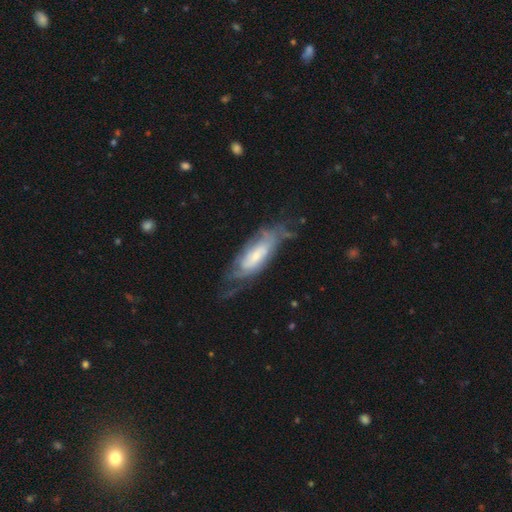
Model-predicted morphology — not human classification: The model was most divided on "bulge size": small: 47%, moderate: 33%, large: 10%, none: 7%, dominant: 2%. More confident: edge-on disk — no (81%); spiral arms — yes (79%); smooth or featured — featured or disk (66%); bar — no (57%); merging — none (54%).